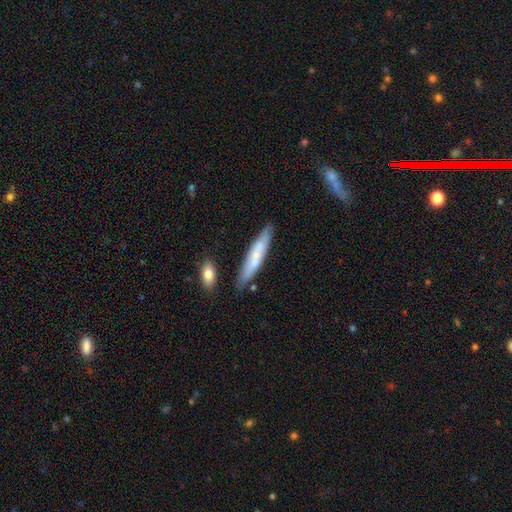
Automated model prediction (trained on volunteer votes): Smooth or featured? smooth (59%)
How rounded? cigar-shaped (89%)
Merging? none (81%)